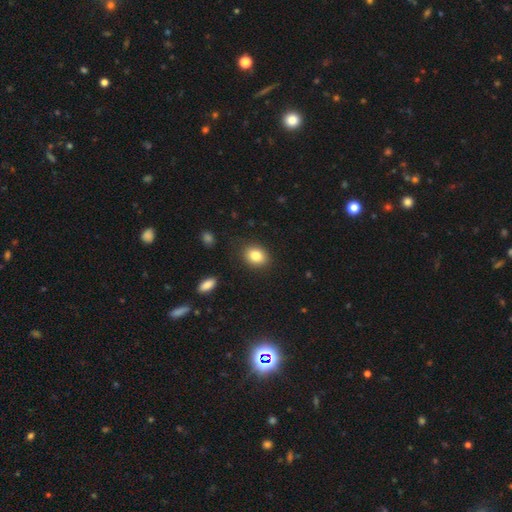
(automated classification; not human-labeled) Smooth or featured?
  - smooth: 84% *
  - star or artifact: 9%
  - featured or disk: 7%
How rounded?
  - in between: 64% *
  - round: 35%
  - cigar-shaped: 1%
Merging?
  - none: 85% *
  - minor disturbance: 10%
  - major disturbance: 3%
  - merger: 2%